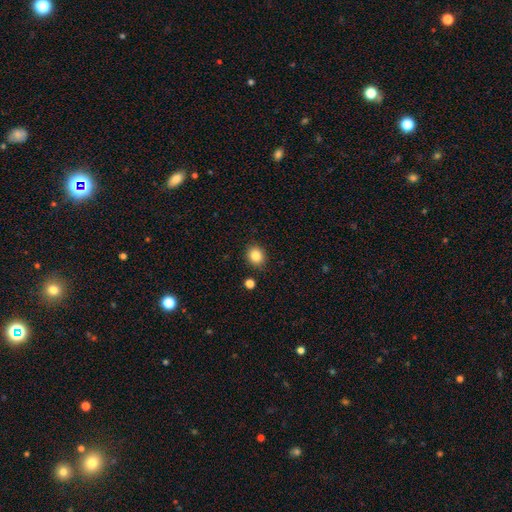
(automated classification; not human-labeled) Smooth or featured: smooth — 85% (star or artifact — 10%)
How rounded: round — 76% (in between — 23%)
Merging: none — 88% (minor disturbance — 8%)